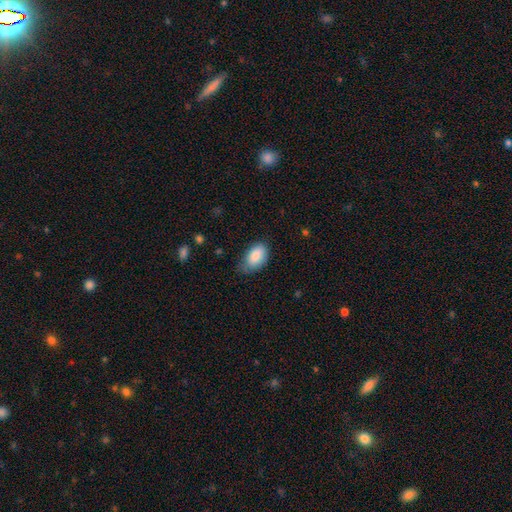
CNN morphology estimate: A smooth galaxy with no disk features (87%) that is in between round and cigar-shaped (93%). Merging: none (55%).